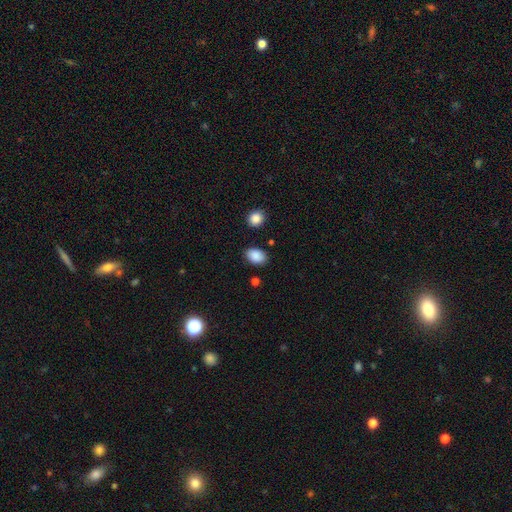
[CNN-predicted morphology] smooth_or_featured: smooth (p=0.88) [alt: star or artifact p=0.08]
how_rounded: in between (p=0.80) [alt: round p=0.19]
merging: none (p=0.84) [alt: minor disturbance p=0.11]